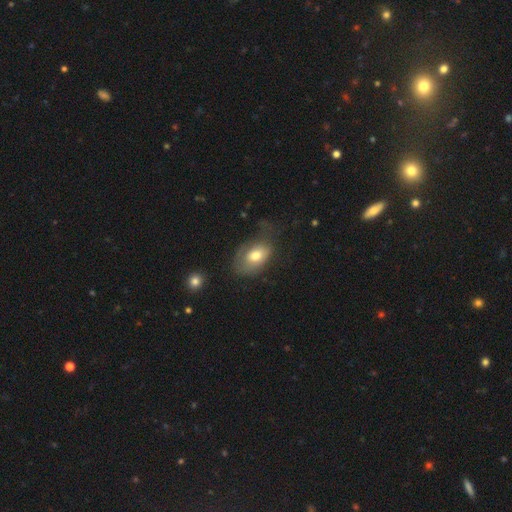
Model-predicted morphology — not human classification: smooth 68%, featured or disk 24%, star or artifact 7%. Down the decision tree: how rounded — in between (86%); merging — none (39%).